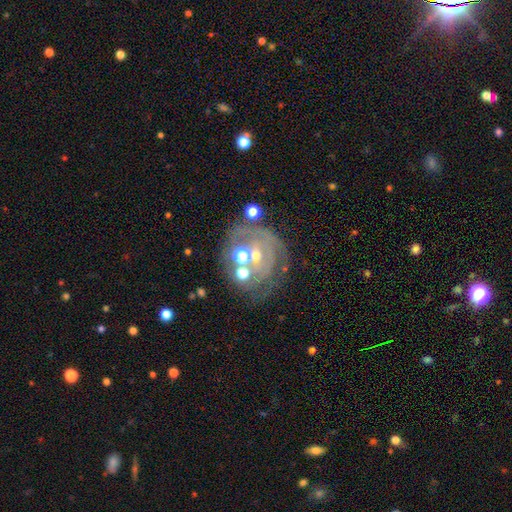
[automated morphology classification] smooth_or_featured: featured or disk (p=0.59) [alt: smooth p=0.21]
disk_edge_on: no (p=0.96) [alt: yes p=0.04]
bar: no (p=0.67) [alt: weak p=0.23]
has_spiral_arms: yes (p=0.53) [alt: no p=0.47]
bulge_size: moderate (p=0.52) [alt: small p=0.34]
merging: none (p=0.48) [alt: minor disturbance p=0.18]